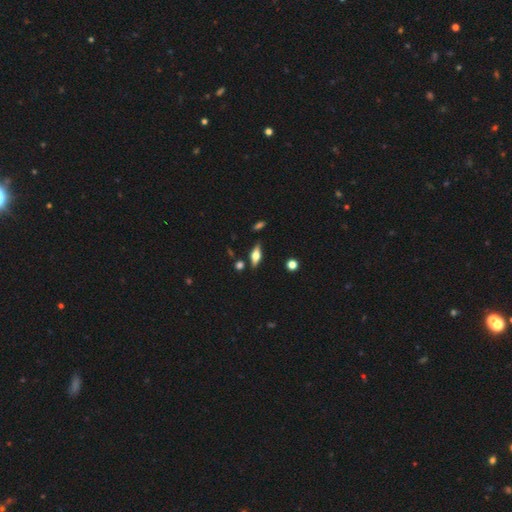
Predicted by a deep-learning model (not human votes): Q: Smooth or featured?
A: featured or disk (51%); runner-up: smooth (41%)
Q: Edge-on disk?
A: yes (92%); runner-up: no (8%)
Q: Merging?
A: none (81%); runner-up: minor disturbance (12%)